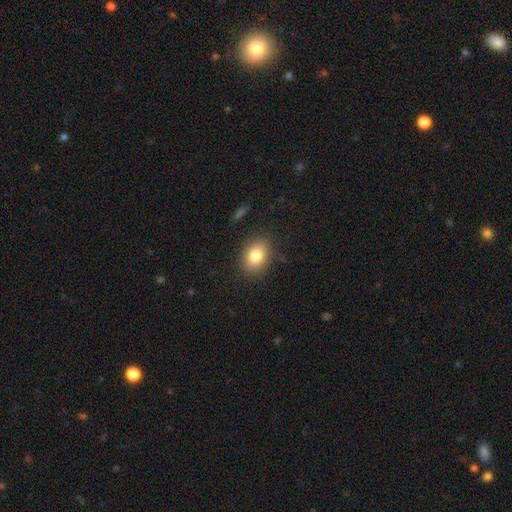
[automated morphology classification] Q: Smooth or featured?
A: smooth (81%); runner-up: star or artifact (10%)
Q: How rounded?
A: in between (63%); runner-up: round (36%)
Q: Merging?
A: none (86%); runner-up: minor disturbance (10%)